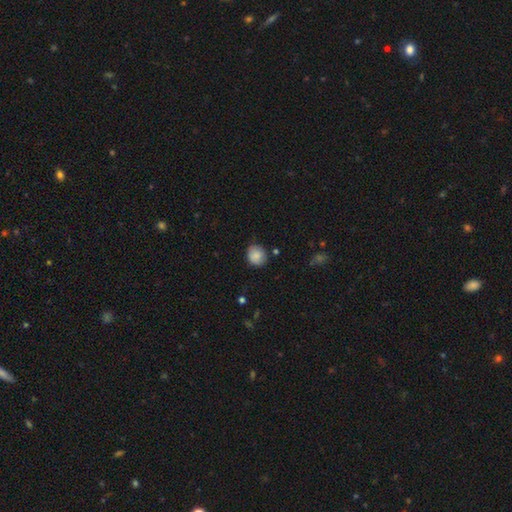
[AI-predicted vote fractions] smooth_or_featured: smooth (p=0.85) [alt: star or artifact p=0.08]
how_rounded: round (p=0.78) [alt: in between p=0.21]
merging: none (p=0.76) [alt: minor disturbance p=0.18]